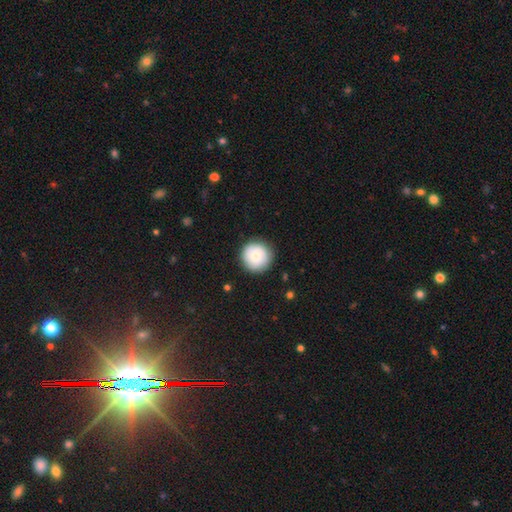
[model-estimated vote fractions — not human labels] A smooth galaxy with no disk features (74%) that is round (95%). Merging: none (88%).